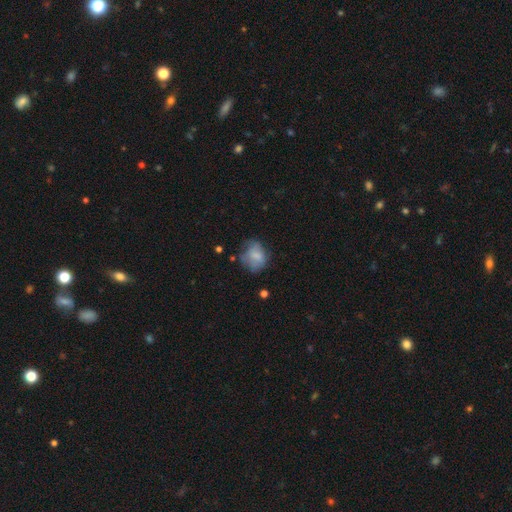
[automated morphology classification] smooth 68%, featured or disk 22%, star or artifact 10%. Down the decision tree: how rounded — round (56%); merging — none (49%).